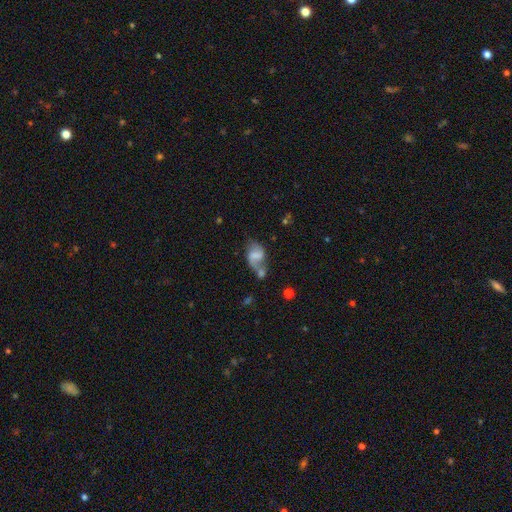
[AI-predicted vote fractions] A featured or disk galaxy (63%) with a weak bar (47%), 2 (80%) loose (58%) spiral arms (85%) and no central bulge (48%).

Vote fractions:
- Smooth or featured? featured or disk: 63% / smooth: 28% / star or artifact: 9%
- Edge-on disk? no: 97% / yes: 3%
- Bar? weak: 47% / no: 29% / strong: 24%
- Spiral arms? yes: 85% / no: 15%
- Spiral winding? loose: 58% / medium: 33% / tight: 9%
- Spiral arm count? 2: 80% / 1: 12% / can't tell: 5% / 3: 1% / 4: 1% / more than 4: 1%
- Bulge size? none: 48% / small: 26% / moderate: 17% / large: 7% / dominant: 2%
- Merging? none: 35% / merger: 30% / minor disturbance: 20% / major disturbance: 15%